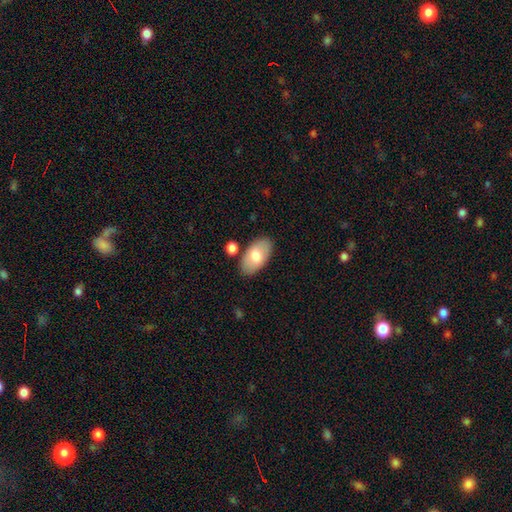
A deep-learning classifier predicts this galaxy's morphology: Overall: smooth (74%). How rounded: in between (95%). Merging: none (81%).